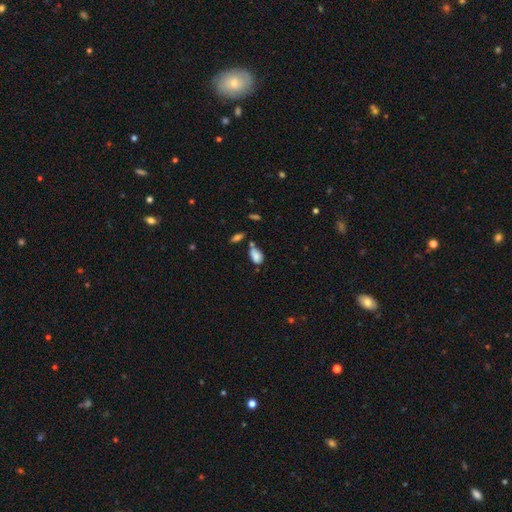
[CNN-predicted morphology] smooth-or-featured: smooth: 81% | star or artifact: 10% | featured or disk: 9%
  how-rounded: in between: 88% | round: 10% | cigar-shaped: 3%
  merging: none: 43% | merger: 24% | minor disturbance: 24% | major disturbance: 8%